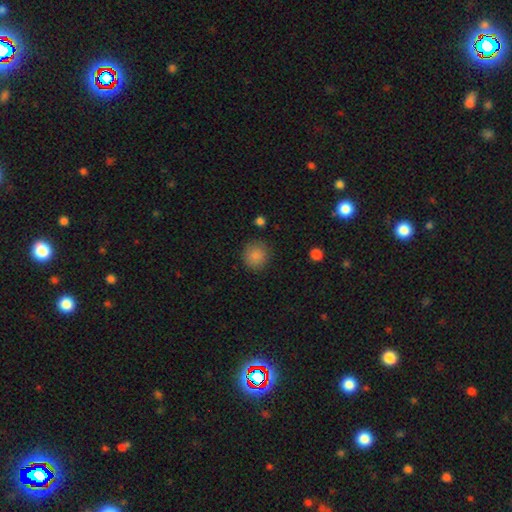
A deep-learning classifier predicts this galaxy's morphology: Overall: smooth (86%). How rounded: round (90%). Merging: none (86%).